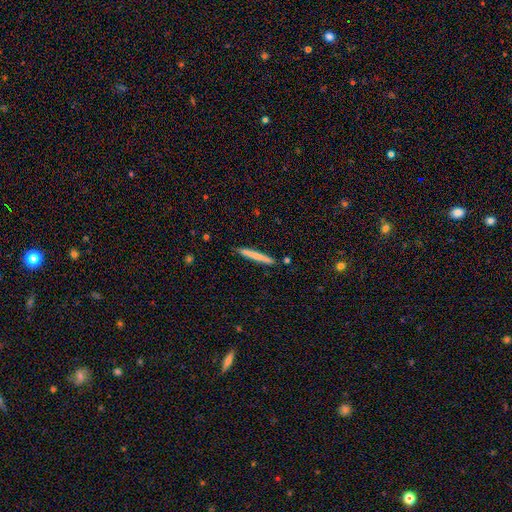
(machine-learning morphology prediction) This appears to be a smooth galaxy with no disk features (71%) that is cigar-shaped (97%). Merging: none (90%).